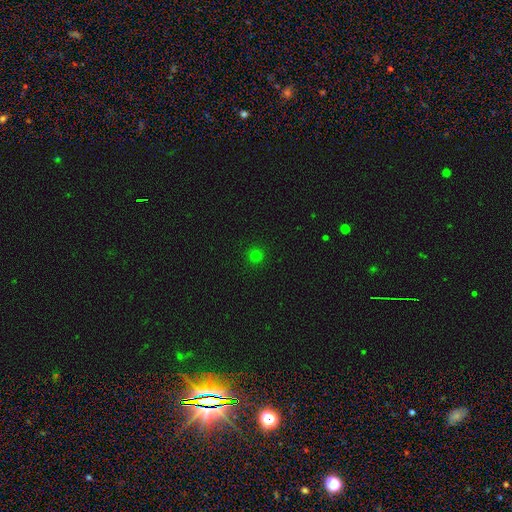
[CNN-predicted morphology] smooth 76%, star or artifact 19%, featured or disk 5%. Down the decision tree: how rounded — round (95%); merging — none (92%).